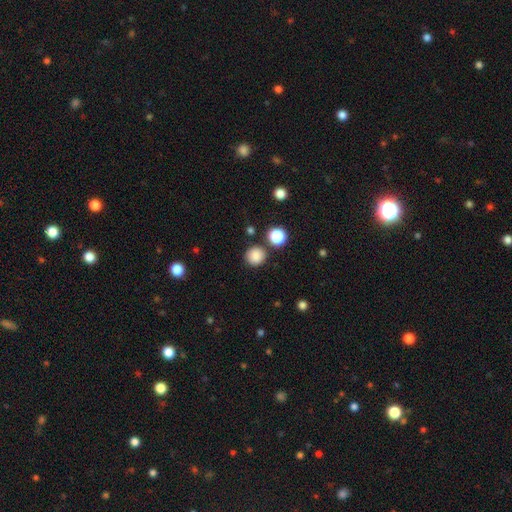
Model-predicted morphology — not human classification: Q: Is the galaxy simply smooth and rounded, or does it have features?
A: smooth — 84%.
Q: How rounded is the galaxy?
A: round — 91%.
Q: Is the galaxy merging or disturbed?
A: none — 84%.